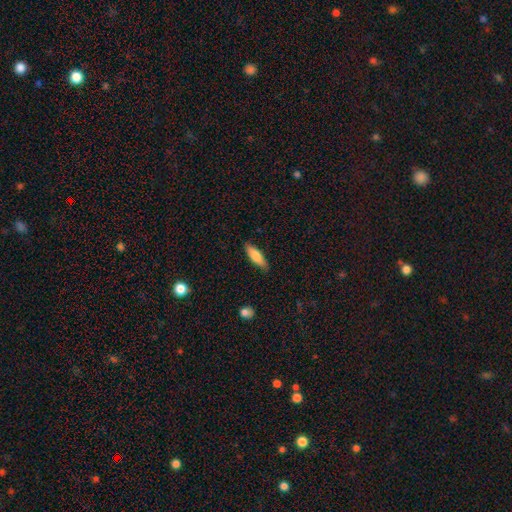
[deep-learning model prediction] The model was most divided on "how rounded": cigar-shaped: 54%, in between: 44%, round: 2%. More confident: merging — none (86%); smooth or featured — smooth (75%).